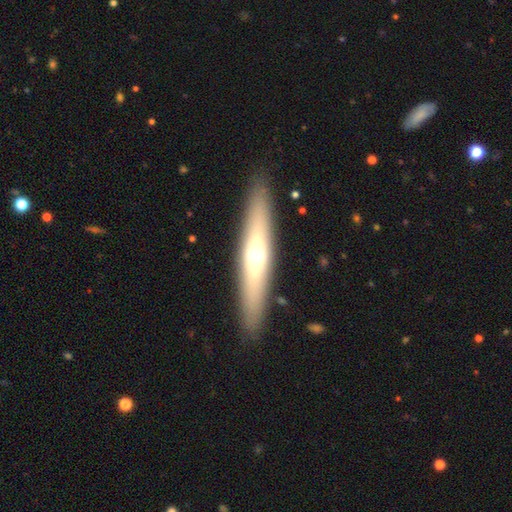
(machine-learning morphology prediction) A featured or disk galaxy (52%) viewed edge-on (83%).

Vote fractions:
- Smooth or featured? featured or disk: 52% / smooth: 42% / star or artifact: 6%
- Edge-on disk? yes: 83% / no: 17%
- Merging? none: 90% / minor disturbance: 7% / major disturbance: 2% / merger: 1%